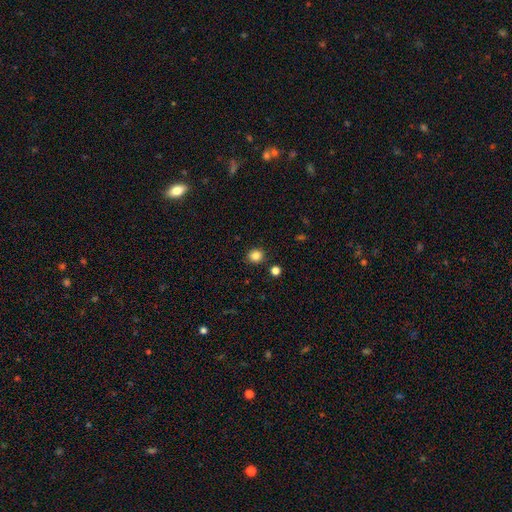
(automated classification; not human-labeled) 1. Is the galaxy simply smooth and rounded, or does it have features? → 85% smooth, 12% star or artifact, 4% featured or disk.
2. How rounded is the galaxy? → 88% round, 12% in between, 1% cigar-shaped.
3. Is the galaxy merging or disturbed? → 89% none, 6% minor disturbance, 3% merger, 2% major disturbance.